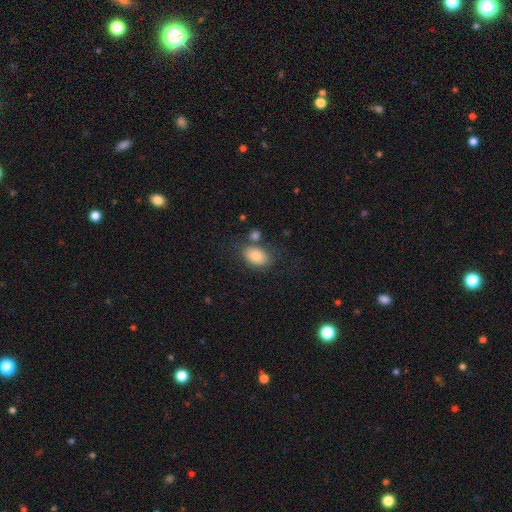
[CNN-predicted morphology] Smooth or featured? Predicted: smooth (p=0.83). How rounded? Predicted: in between (p=0.84). Merging? Predicted: none (p=0.68).